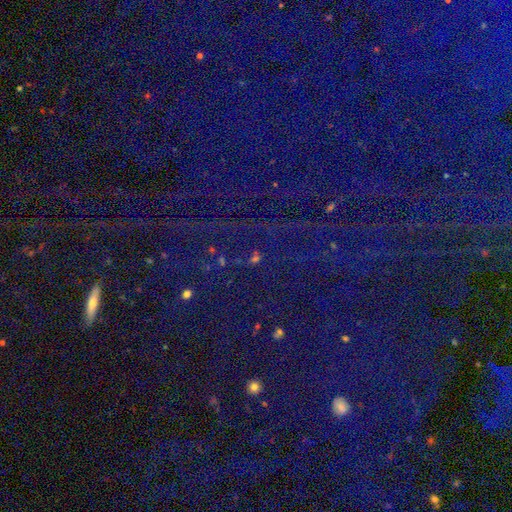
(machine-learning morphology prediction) This is clearly a star or artifact rather than a galaxy (85%).